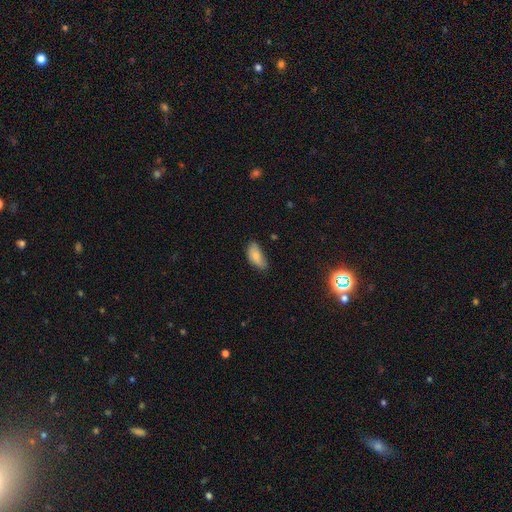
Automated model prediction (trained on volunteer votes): Smooth or featured? smooth (84%)
How rounded? in between (92%)
Merging? none (59%)